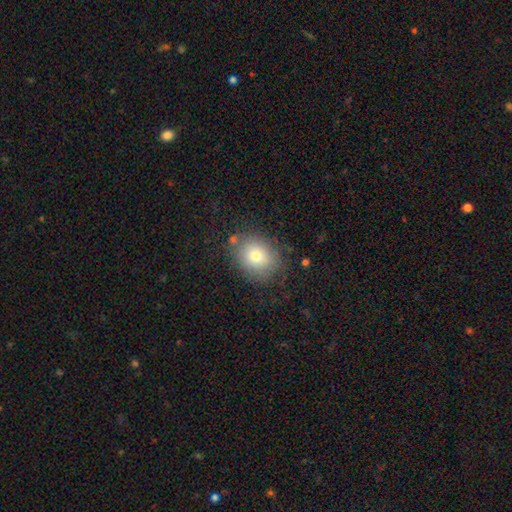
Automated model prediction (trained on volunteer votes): Smooth or featured? Predicted: smooth (p=0.77). How rounded? Predicted: round (p=0.53). Merging? Predicted: none (p=0.79).